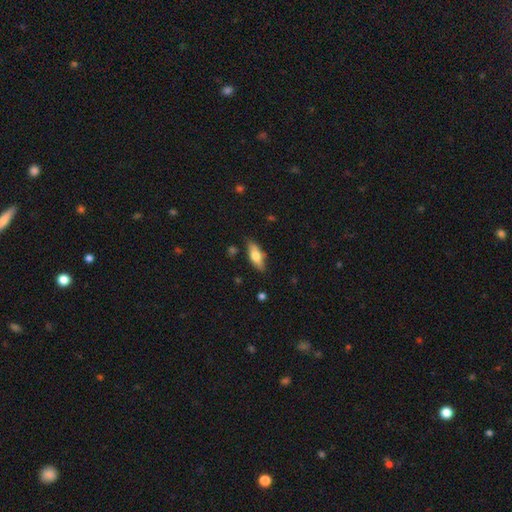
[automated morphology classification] Q: Smooth or featured?
A: smooth (62%); runner-up: featured or disk (31%)
Q: How rounded?
A: in between (66%); runner-up: cigar-shaped (31%)
Q: Merging?
A: none (82%); runner-up: minor disturbance (13%)